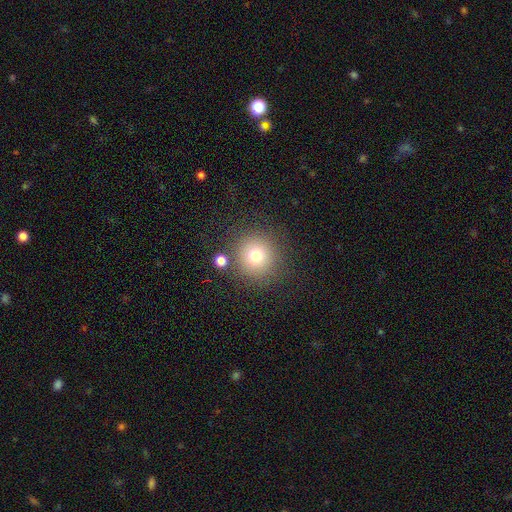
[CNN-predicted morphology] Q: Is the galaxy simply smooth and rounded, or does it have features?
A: smooth — 76%.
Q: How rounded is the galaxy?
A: round — 94%.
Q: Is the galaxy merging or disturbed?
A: none — 81%.